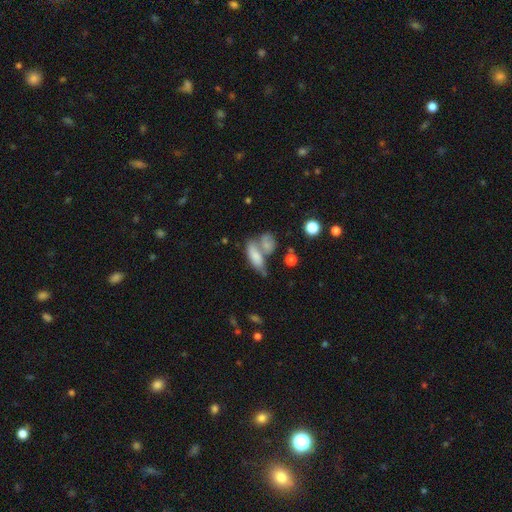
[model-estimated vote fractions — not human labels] Q: Smooth or featured?
A: smooth (72%); runner-up: featured or disk (20%)
Q: How rounded?
A: in between (71%); runner-up: cigar-shaped (23%)
Q: Merging?
A: merger (48%); runner-up: none (31%)